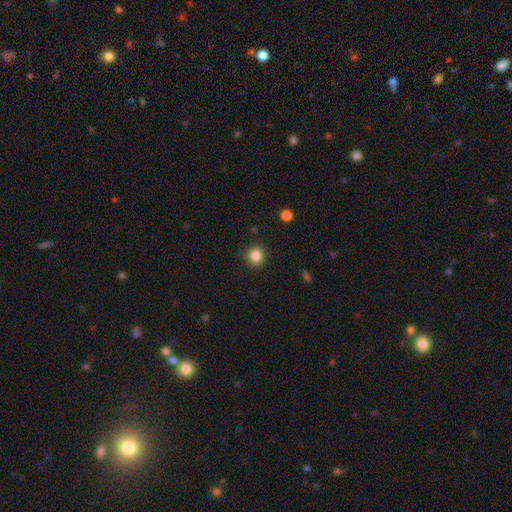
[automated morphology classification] smooth_or_featured: smooth (p=0.84) [alt: star or artifact p=0.11]
how_rounded: round (p=0.89) [alt: in between p=0.10]
merging: none (p=0.90) [alt: minor disturbance p=0.07]